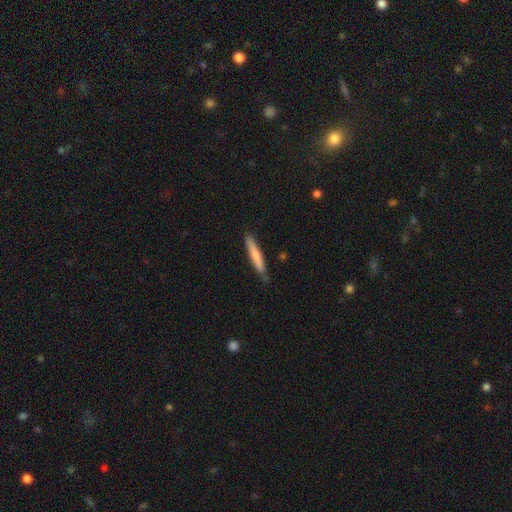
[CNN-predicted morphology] smooth 71%, featured or disk 24%, star or artifact 5%. Down the decision tree: how rounded — cigar-shaped (94%); merging — none (81%).